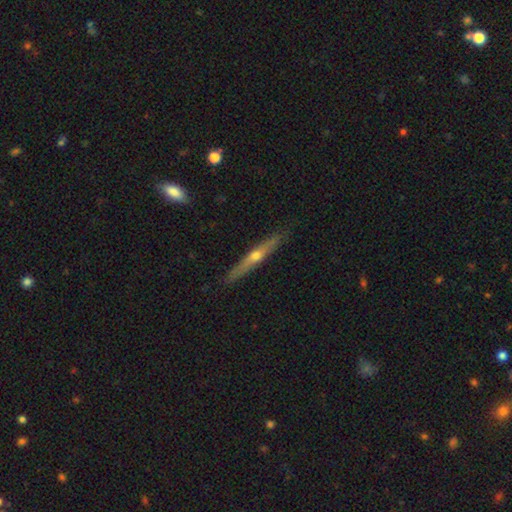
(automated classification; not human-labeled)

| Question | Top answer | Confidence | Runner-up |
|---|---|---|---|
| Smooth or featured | featured or disk | 69% | smooth (25%) |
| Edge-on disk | yes | 96% | no (4%) |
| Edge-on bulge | rounded | 87% | none (10%) |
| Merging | none | 89% | minor disturbance (8%) |